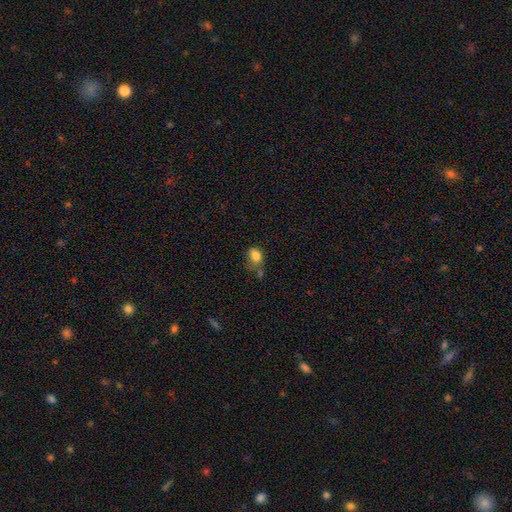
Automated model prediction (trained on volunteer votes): Smooth or featured: smooth — 81% (star or artifact — 10%)
How rounded: in between — 52% (round — 47%)
Merging: none — 45% (minor disturbance — 29%)